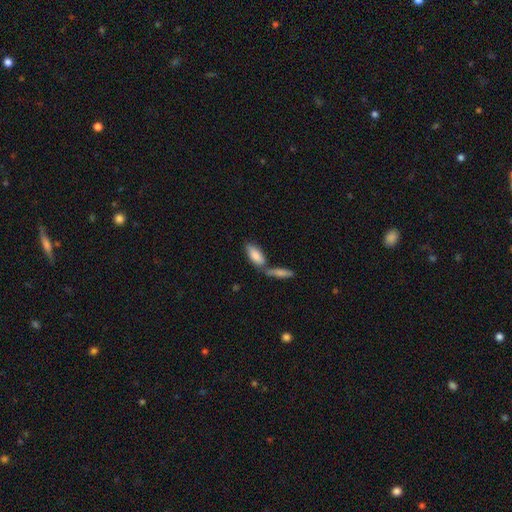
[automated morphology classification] Smooth or featured? Predicted: smooth (p=0.83). How rounded? Predicted: in between (p=0.77). Merging? Predicted: none (p=0.48).